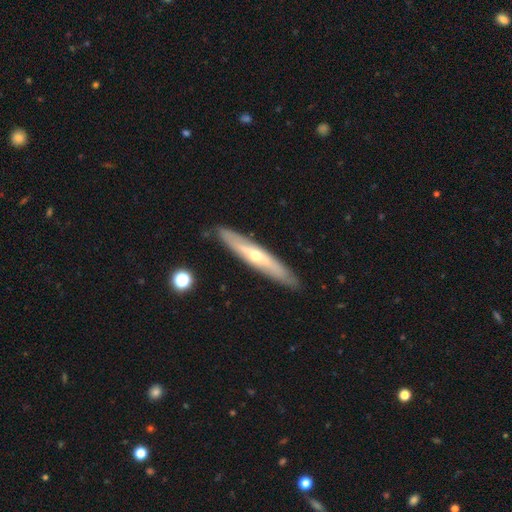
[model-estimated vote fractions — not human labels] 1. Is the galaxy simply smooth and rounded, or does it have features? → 64% featured or disk, 30% smooth, 6% star or artifact.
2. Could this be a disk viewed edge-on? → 78% yes, 22% no.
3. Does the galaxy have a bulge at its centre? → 79% rounded, 19% none, 2% boxy.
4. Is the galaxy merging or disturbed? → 88% none, 9% minor disturbance, 2% major disturbance, 1% merger.